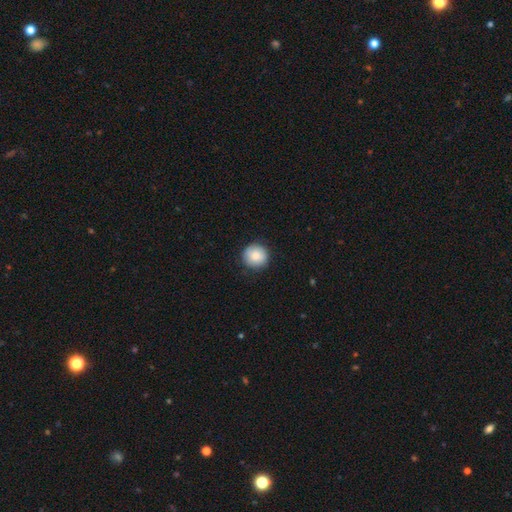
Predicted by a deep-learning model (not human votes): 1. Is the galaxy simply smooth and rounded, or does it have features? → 83% smooth, 9% featured or disk, 7% star or artifact.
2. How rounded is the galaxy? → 93% round, 6% in between, 1% cigar-shaped.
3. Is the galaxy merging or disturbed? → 86% none, 11% minor disturbance, 2% major disturbance, 1% merger.